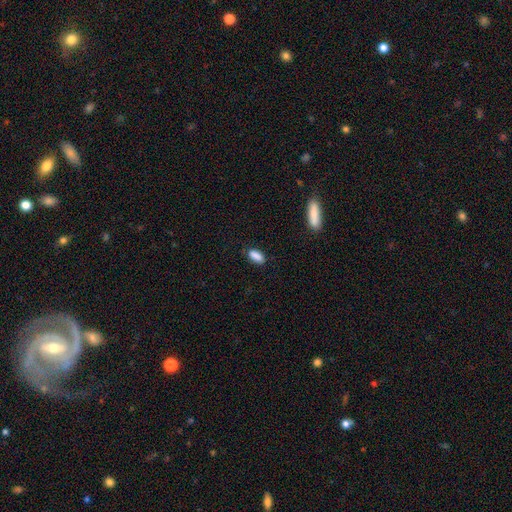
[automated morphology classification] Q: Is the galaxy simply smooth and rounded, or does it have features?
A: smooth — 88%.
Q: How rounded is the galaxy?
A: in between — 82%.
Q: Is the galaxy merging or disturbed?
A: none — 81%.